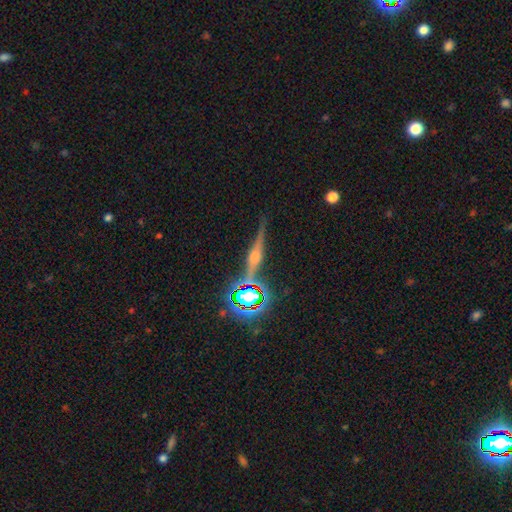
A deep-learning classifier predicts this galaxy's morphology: Overall: featured or disk (73%). Edge-on disk: yes (96%). Edge-on bulge: rounded (90%). Merging: none (86%).